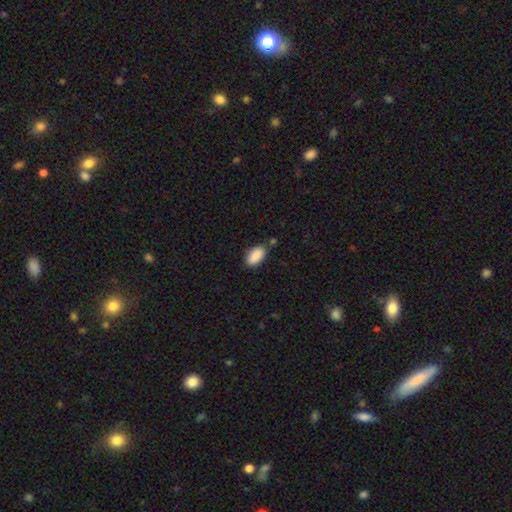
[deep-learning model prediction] A smooth galaxy with no disk features (89%) that is in between round and cigar-shaped (93%). Merging: none (78%).